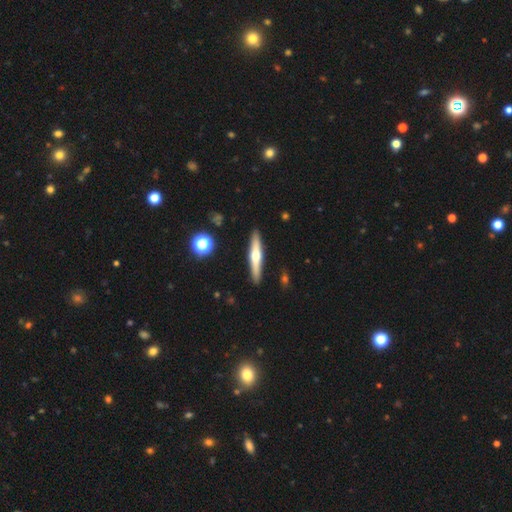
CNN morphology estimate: smooth-or-featured: featured or disk: 55% | smooth: 39% | star or artifact: 6%
  disk-edge-on: yes: 95% | no: 5%
    edge-on-bulge: rounded: 89% | none: 7% | boxy: 4%
  merging: none: 90% | minor disturbance: 7% | major disturbance: 1% | merger: 1%